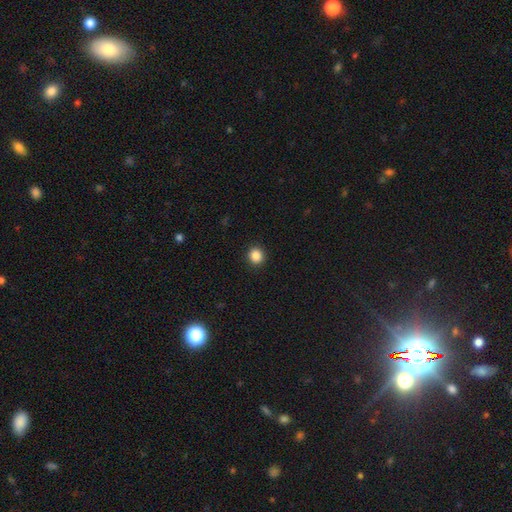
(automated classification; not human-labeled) This appears to be a smooth galaxy with no disk features (86%) that is round (90%). Merging: none (92%).